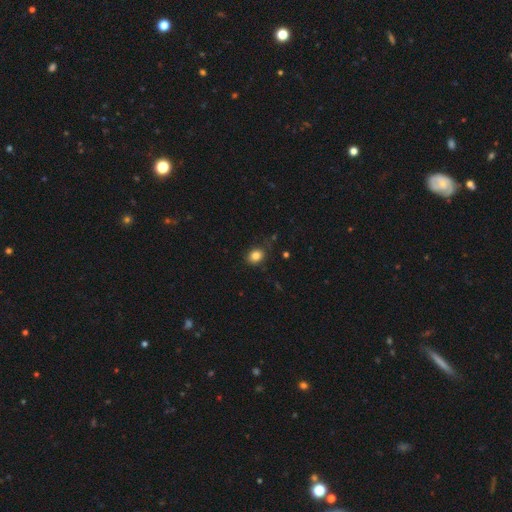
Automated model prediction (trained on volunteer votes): A smooth galaxy with no disk features (84%) that is round (53%). Merging: none (79%).